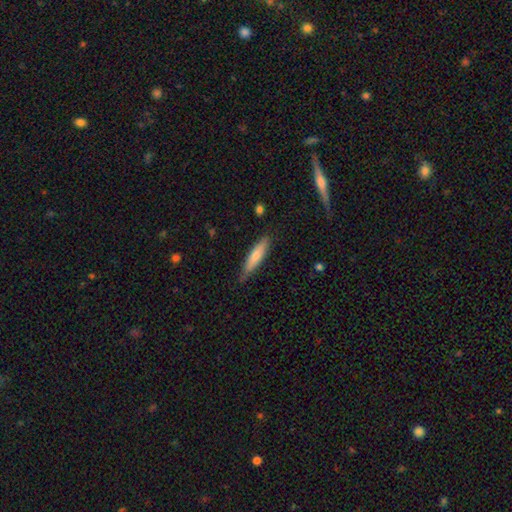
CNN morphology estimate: smooth_or_featured: smooth (p=0.70) [alt: featured or disk p=0.24]
how_rounded: cigar-shaped (p=0.78) [alt: in between p=0.20]
merging: none (p=0.75) [alt: minor disturbance p=0.20]